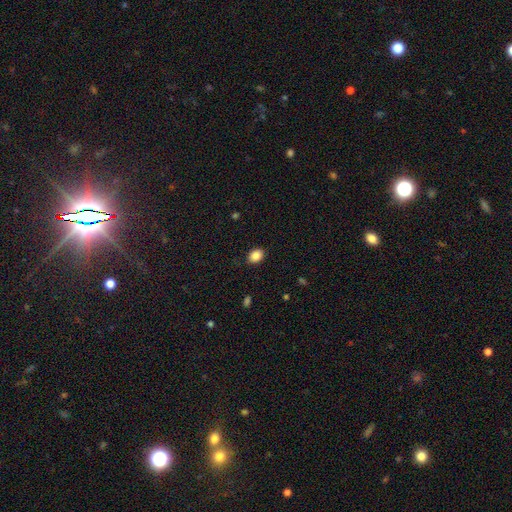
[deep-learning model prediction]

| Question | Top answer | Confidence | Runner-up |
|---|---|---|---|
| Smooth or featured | smooth | 88% | star or artifact (9%) |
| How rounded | in between | 70% | round (29%) |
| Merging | none | 87% | minor disturbance (9%) |